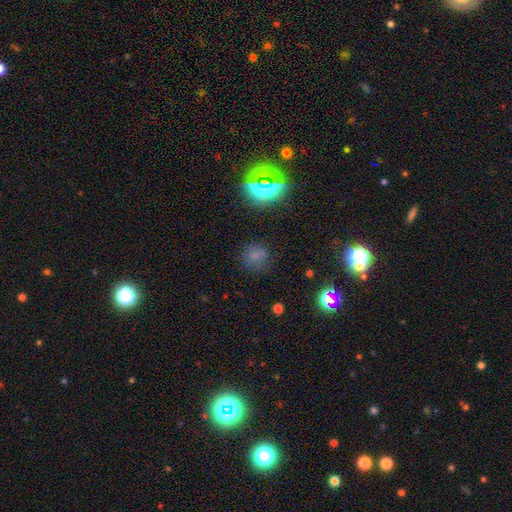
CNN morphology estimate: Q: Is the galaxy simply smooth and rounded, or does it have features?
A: smooth — 66%.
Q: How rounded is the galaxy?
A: round — 72%.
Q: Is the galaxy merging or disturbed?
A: none — 77%.